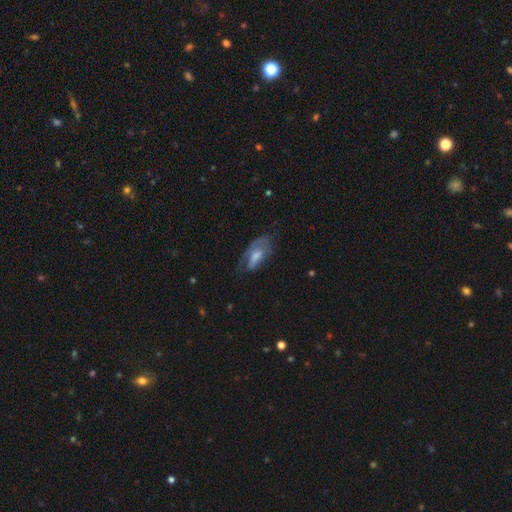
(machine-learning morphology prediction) smooth_or_featured: featured or disk (p=0.54) [alt: smooth p=0.36]
disk_edge_on: no (p=0.87) [alt: yes p=0.13]
merging: none (p=0.48) [alt: minor disturbance p=0.27]